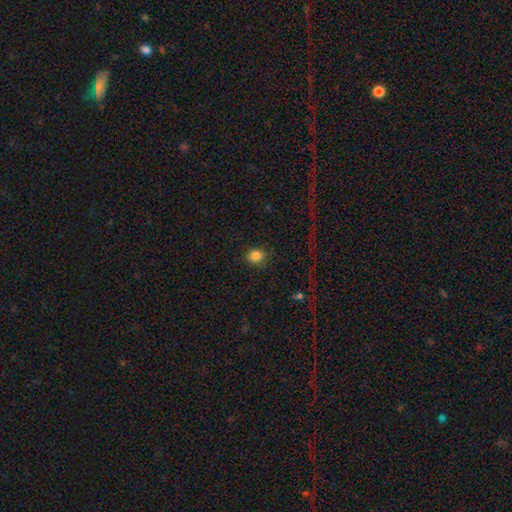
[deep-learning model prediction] Morphology: type=smooth (84%); roundness=round (83%); merging=none (85%).